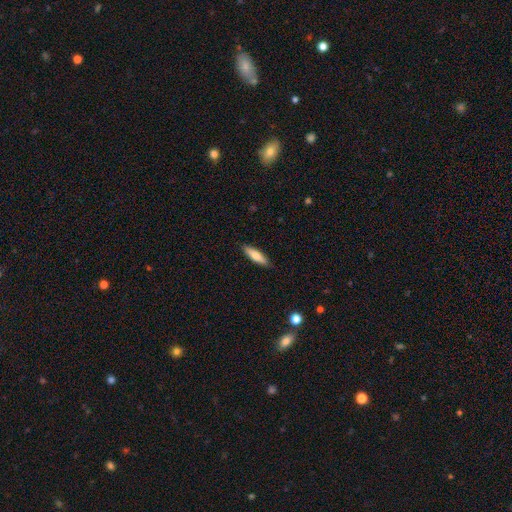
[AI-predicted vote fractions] smooth-or-featured: smooth: 75% | featured or disk: 19% | star or artifact: 6%
  how-rounded: cigar-shaped: 63% | in between: 35% | round: 2%
  merging: none: 88% | minor disturbance: 9% | major disturbance: 2% | merger: 1%